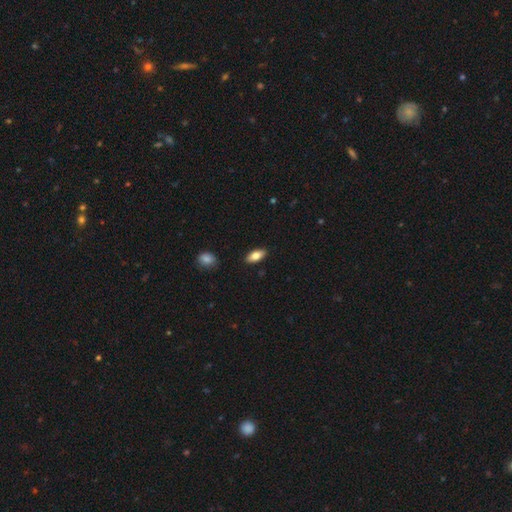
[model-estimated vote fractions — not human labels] Smooth or featured: smooth — 79% (featured or disk — 14%)
How rounded: in between — 88% (cigar-shaped — 9%)
Merging: none — 89% (minor disturbance — 8%)